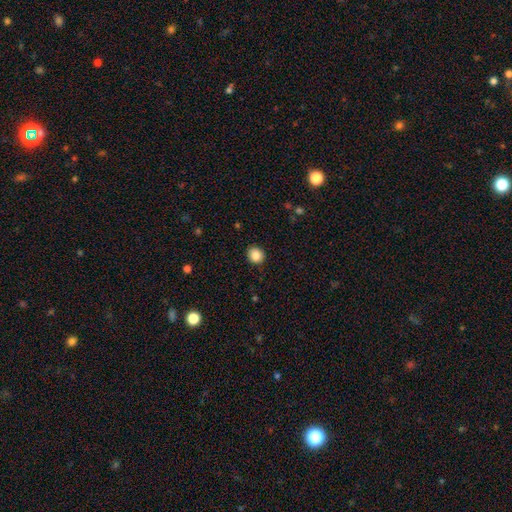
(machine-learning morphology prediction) A smooth galaxy with no disk features (87%) that is round (86%).

Vote fractions:
- Smooth or featured? smooth: 87% / star or artifact: 9% / featured or disk: 4%
- How rounded? round: 86% / in between: 13% / cigar-shaped: 1%
- Merging? none: 91% / minor disturbance: 6% / major disturbance: 2% / merger: 1%